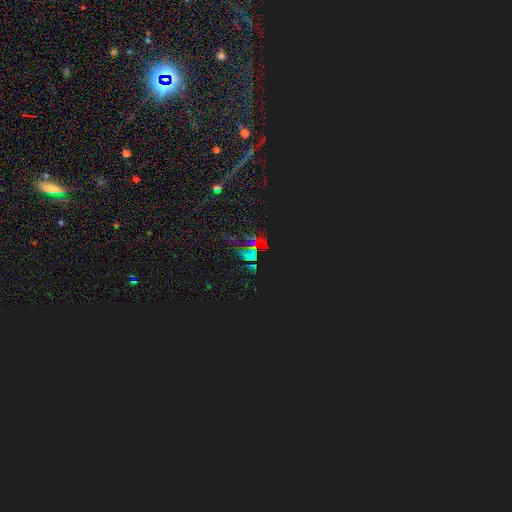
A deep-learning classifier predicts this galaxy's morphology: smooth-or-featured: star or artifact: 79% | smooth: 11% | featured or disk: 10%